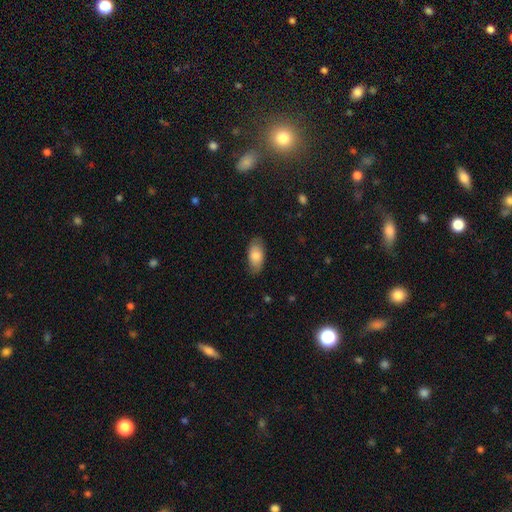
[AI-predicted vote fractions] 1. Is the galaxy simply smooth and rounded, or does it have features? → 81% smooth, 13% featured or disk, 6% star or artifact.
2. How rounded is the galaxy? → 93% in between, 4% cigar-shaped, 3% round.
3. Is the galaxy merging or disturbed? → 81% none, 15% minor disturbance, 3% major disturbance, 1% merger.